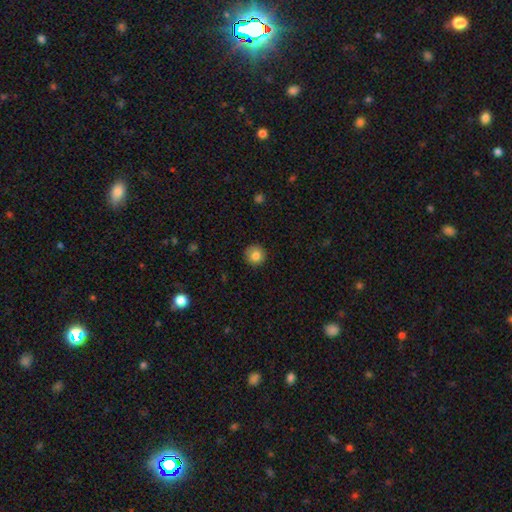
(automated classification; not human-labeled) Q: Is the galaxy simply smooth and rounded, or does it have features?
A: smooth — 83%.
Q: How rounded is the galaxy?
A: round — 94%.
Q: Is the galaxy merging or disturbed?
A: none — 88%.